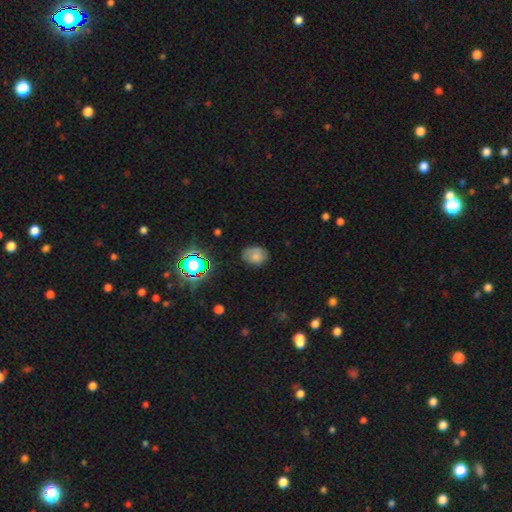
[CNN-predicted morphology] smooth-or-featured: smooth: 72% | star or artifact: 14% | featured or disk: 13%
  how-rounded: in between: 58% | round: 41% | cigar-shaped: 1%
  merging: none: 68% | minor disturbance: 24% | major disturbance: 6% | merger: 2%